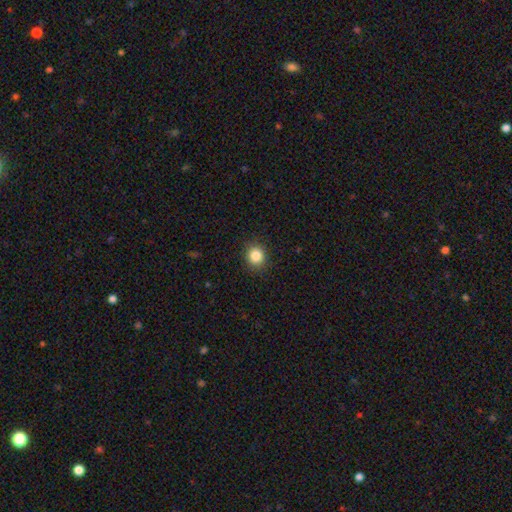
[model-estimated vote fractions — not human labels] Q: Smooth or featured?
A: smooth (85%); runner-up: star or artifact (10%)
Q: How rounded?
A: round (85%); runner-up: in between (14%)
Q: Merging?
A: none (90%); runner-up: minor disturbance (7%)